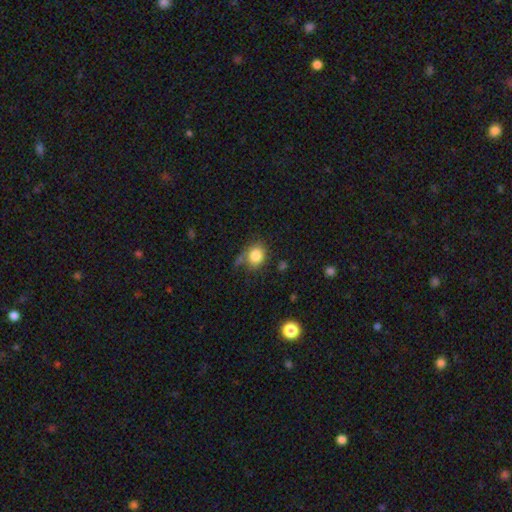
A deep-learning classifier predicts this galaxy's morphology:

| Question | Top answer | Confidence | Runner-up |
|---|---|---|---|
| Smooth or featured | smooth | 81% | star or artifact (10%) |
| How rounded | round | 67% | in between (32%) |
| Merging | none | 55% | minor disturbance (24%) |